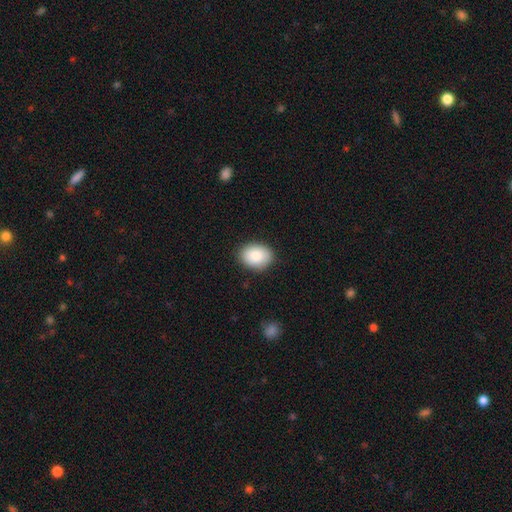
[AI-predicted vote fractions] Smooth or featured? Predicted: smooth (p=0.86). How rounded? Predicted: in between (p=0.64). Merging? Predicted: none (p=0.88).